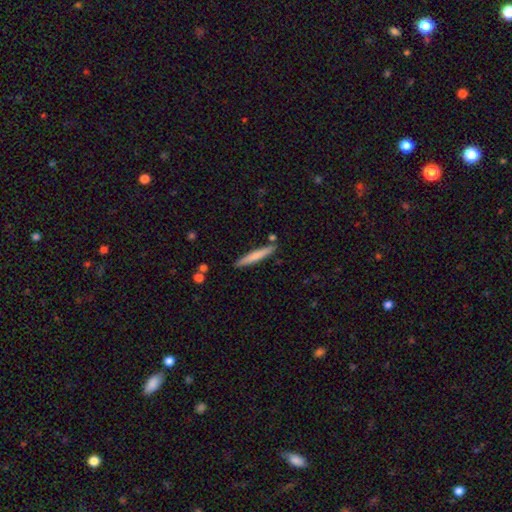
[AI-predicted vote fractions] smooth_or_featured: smooth (p=0.70) [alt: featured or disk p=0.25]
how_rounded: cigar-shaped (p=0.95) [alt: in between p=0.04]
merging: none (p=0.86) [alt: minor disturbance p=0.09]